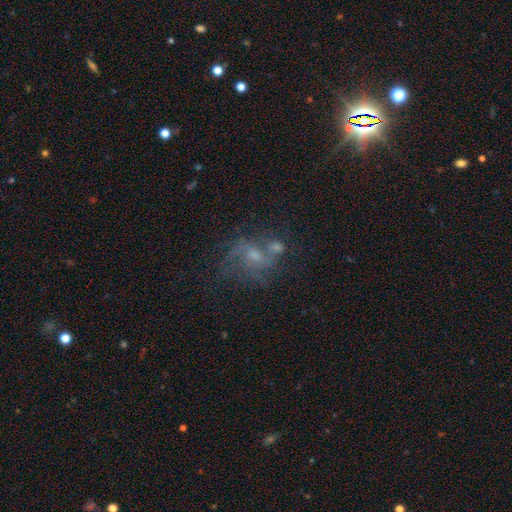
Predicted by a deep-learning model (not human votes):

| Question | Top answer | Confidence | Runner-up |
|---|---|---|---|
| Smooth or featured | featured or disk | 55% | star or artifact (24%) |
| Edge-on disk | no | 96% | yes (4%) |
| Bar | no | 59% | weak (33%) |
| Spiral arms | yes | 72% | no (28%) |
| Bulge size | small | 47% | moderate (38%) |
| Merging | none | 47% | merger (22%) |